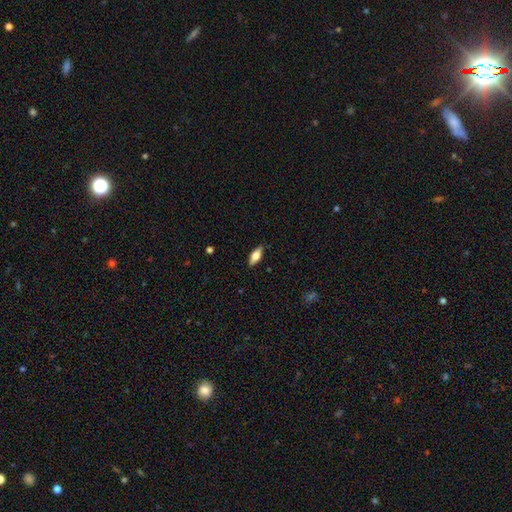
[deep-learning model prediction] The model was most divided on "smooth or featured": smooth: 67%, featured or disk: 26%, star or artifact: 7%. More confident: merging — none (88%); how rounded — in between (78%).